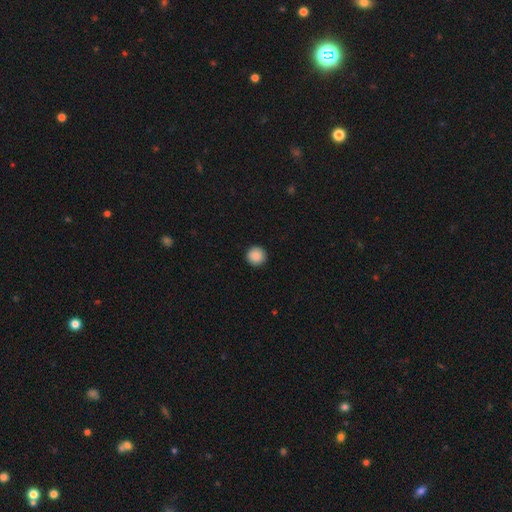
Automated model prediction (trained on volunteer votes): This is clearly a smooth galaxy (89%). How rounded: clearly round (96%). Merging: clearly none (93%).